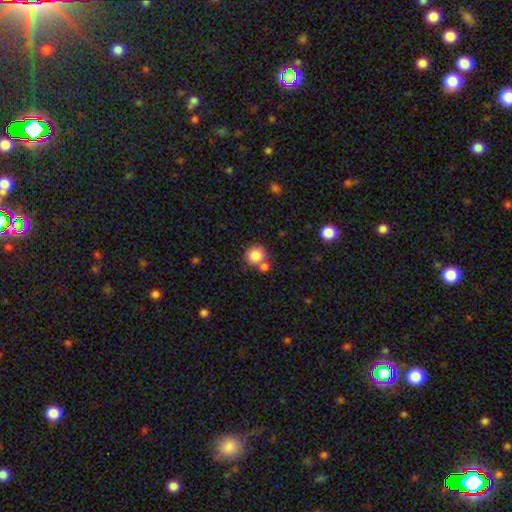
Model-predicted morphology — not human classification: smooth-or-featured: smooth: 85% | star or artifact: 9% | featured or disk: 6%
  how-rounded: round: 89% | in between: 10% | cigar-shaped: 1%
  merging: none: 60% | merger: 26% | minor disturbance: 10% | major disturbance: 4%